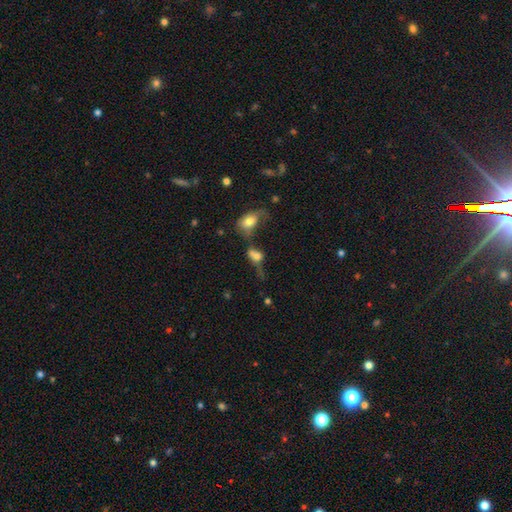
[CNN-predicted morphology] smooth_or_featured: smooth (p=0.62) [alt: featured or disk p=0.25]
how_rounded: in between (p=0.61) [alt: round p=0.33]
merging: merger (p=0.46) [alt: none p=0.24]